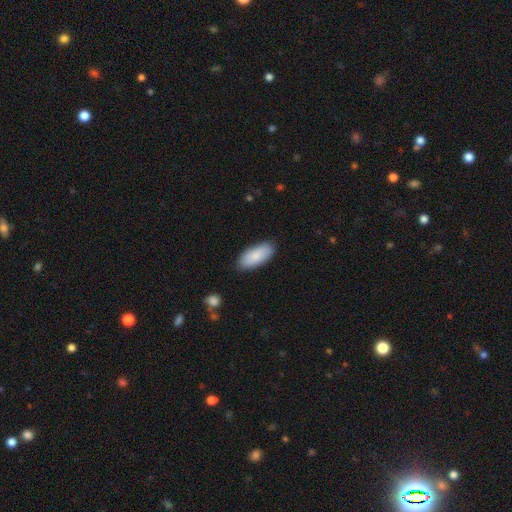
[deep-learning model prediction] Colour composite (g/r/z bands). It shows a smooth galaxy with no disk features (83%) that is in between round and cigar-shaped (88%). Merging: none (85%).